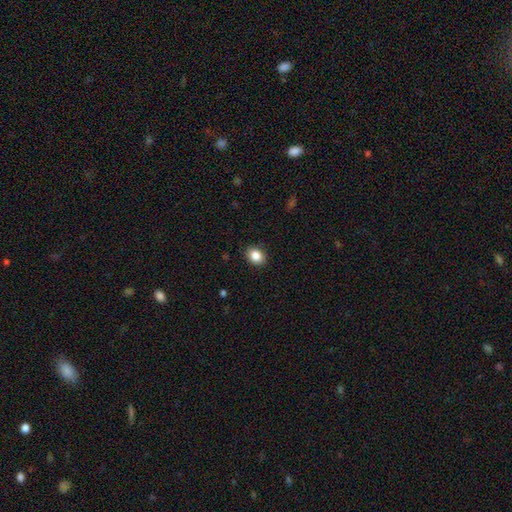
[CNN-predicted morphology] This appears to be a smooth galaxy with no disk features (86%) that is in between round and cigar-shaped (56%). Merging: none (89%).